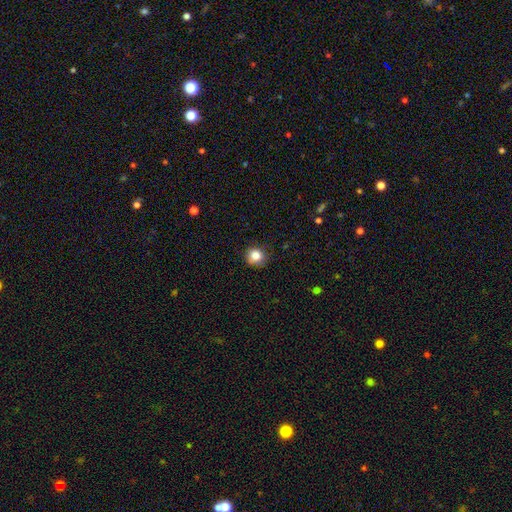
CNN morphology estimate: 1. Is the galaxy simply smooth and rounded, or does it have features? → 82% smooth, 12% star or artifact, 7% featured or disk.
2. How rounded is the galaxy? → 89% round, 10% in between, 1% cigar-shaped.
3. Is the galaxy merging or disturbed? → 81% none, 14% minor disturbance, 3% major disturbance, 2% merger.